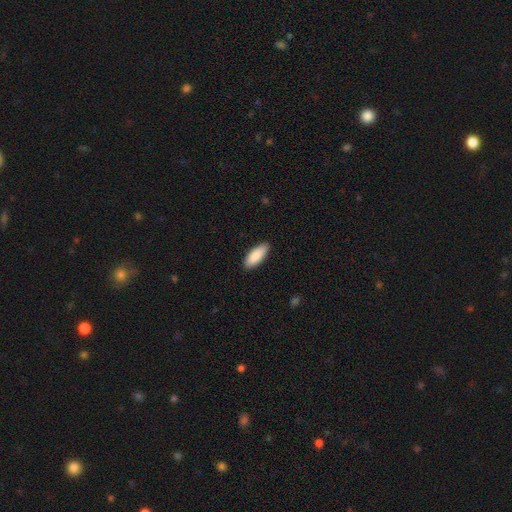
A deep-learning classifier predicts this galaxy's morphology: smooth 90%, featured or disk 5%, star or artifact 5%. Down the decision tree: how rounded — in between (78%); merging — none (87%).